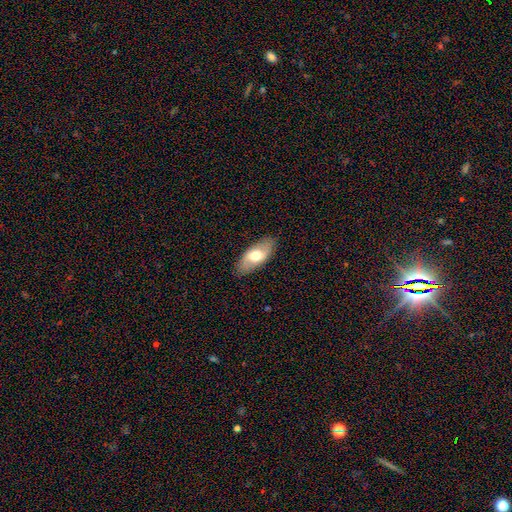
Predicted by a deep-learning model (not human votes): smooth_or_featured: smooth (p=0.58) [alt: featured or disk p=0.37]
how_rounded: in between (p=0.88) [alt: cigar-shaped p=0.09]
merging: none (p=0.86) [alt: minor disturbance p=0.11]